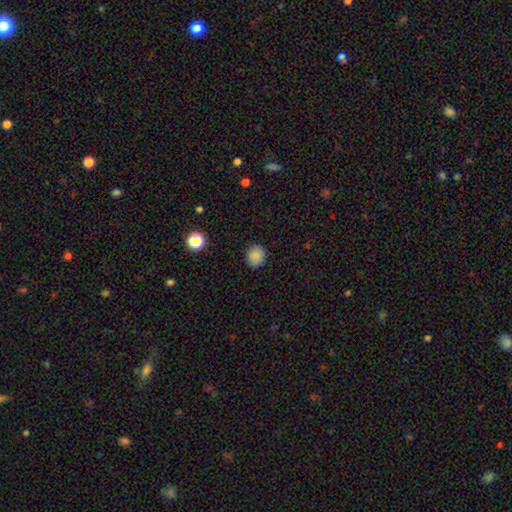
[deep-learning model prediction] Q: Smooth or featured?
A: smooth (86%); runner-up: star or artifact (11%)
Q: How rounded?
A: round (85%); runner-up: in between (14%)
Q: Merging?
A: none (89%); runner-up: minor disturbance (8%)